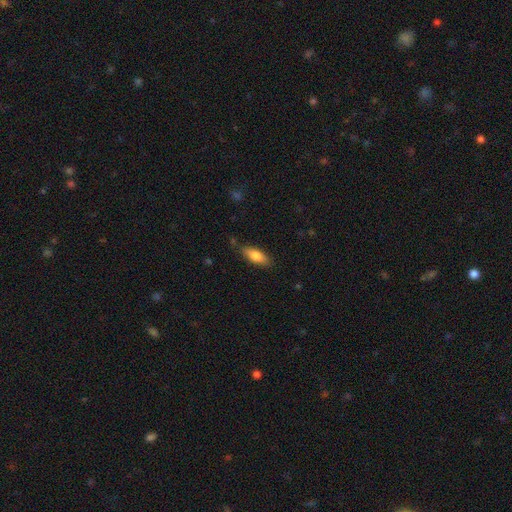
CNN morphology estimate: Smooth or featured? smooth (79%)
How rounded? in between (70%)
Merging? none (82%)